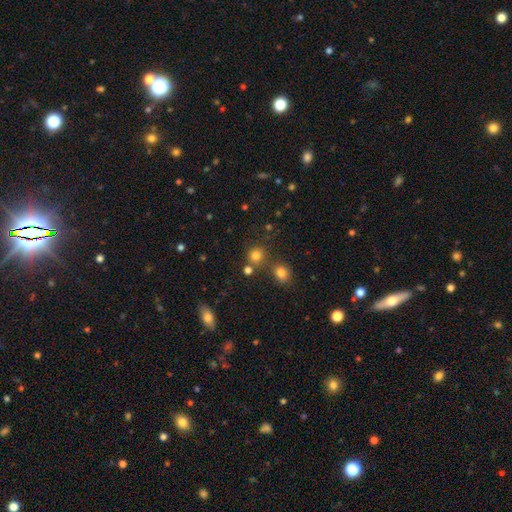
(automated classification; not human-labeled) This appears to be a smooth galaxy with no disk features (77%) that is round (87%). Merging: none (72%).